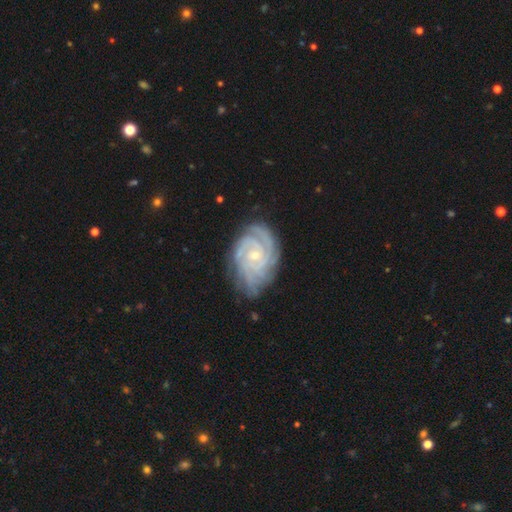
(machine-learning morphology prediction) type=featured or disk (85%); edge-on=no (97%); bar=no (69%); spiral arms=yes (98%); winding=tight (78%); arm count=3 (24%); bulge=small (68%); merging=none (77%).